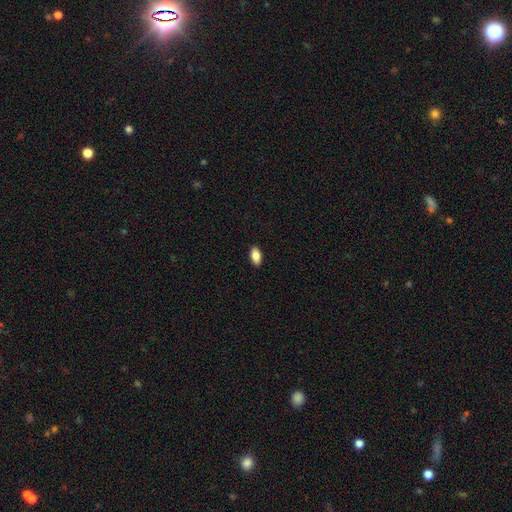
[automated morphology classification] type=smooth (85%); roundness=in between (90%); merging=none (90%).